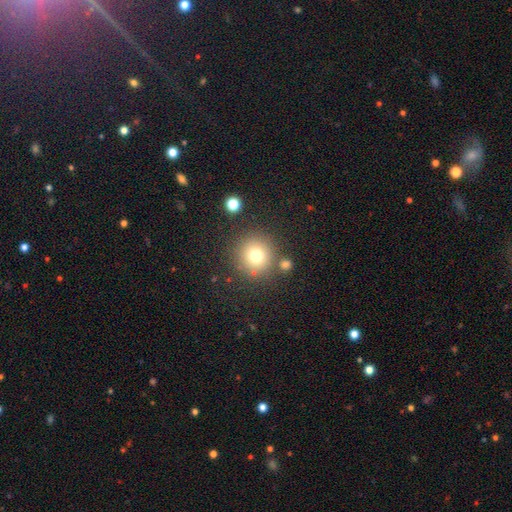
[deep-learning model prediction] A smooth galaxy with no disk features (75%) that is round (93%). Merging: none (81%).